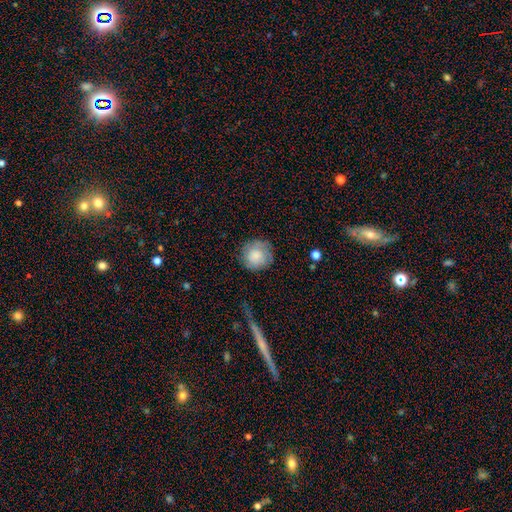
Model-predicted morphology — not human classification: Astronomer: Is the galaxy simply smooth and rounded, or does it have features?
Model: smooth — 74%.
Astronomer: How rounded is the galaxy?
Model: round — 92%.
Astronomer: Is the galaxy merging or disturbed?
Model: none — 77%.